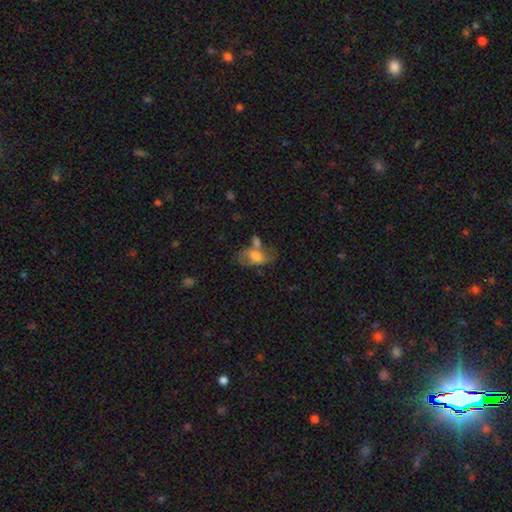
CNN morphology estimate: A smooth galaxy with no disk features (50%) that is in between round and cigar-shaped (83%).

Vote fractions:
- Smooth or featured? smooth: 50% / featured or disk: 37% / star or artifact: 12%
- How rounded? in between: 83% / round: 13% / cigar-shaped: 4%
- Merging? none: 35% / merger: 26% / minor disturbance: 21% / major disturbance: 18%